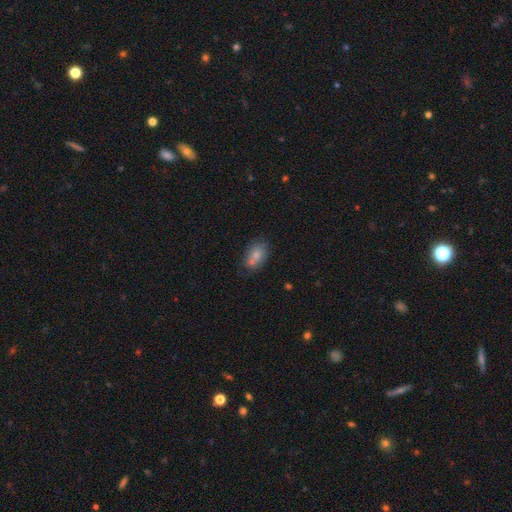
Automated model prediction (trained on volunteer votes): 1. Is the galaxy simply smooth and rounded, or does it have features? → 76% smooth, 15% featured or disk, 9% star or artifact.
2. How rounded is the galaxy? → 84% in between, 13% round, 3% cigar-shaped.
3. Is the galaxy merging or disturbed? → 53% none, 26% merger, 16% minor disturbance, 5% major disturbance.